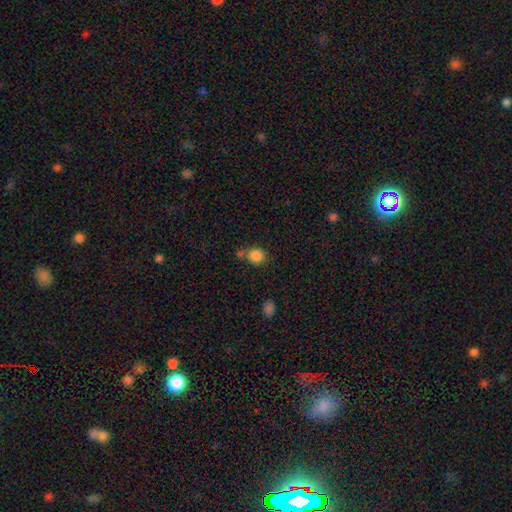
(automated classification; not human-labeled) A smooth galaxy with no disk features (85%) that is round (78%). Merging: none (60%).